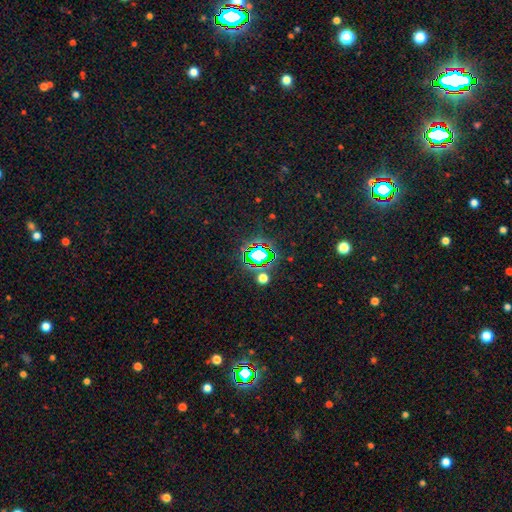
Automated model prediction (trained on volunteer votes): Smooth or featured?
  - star or artifact: 66% *
  - smooth: 23%
  - featured or disk: 11%